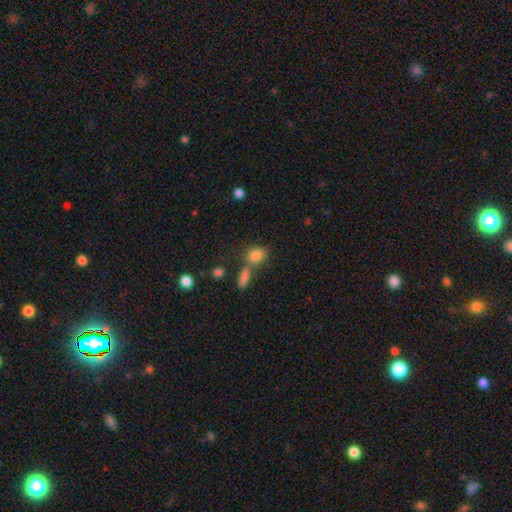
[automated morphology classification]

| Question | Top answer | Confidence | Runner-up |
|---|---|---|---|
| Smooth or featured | smooth | 82% | star or artifact (10%) |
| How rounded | in between | 49% | round (48%) |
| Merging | none | 53% | merger (31%) |